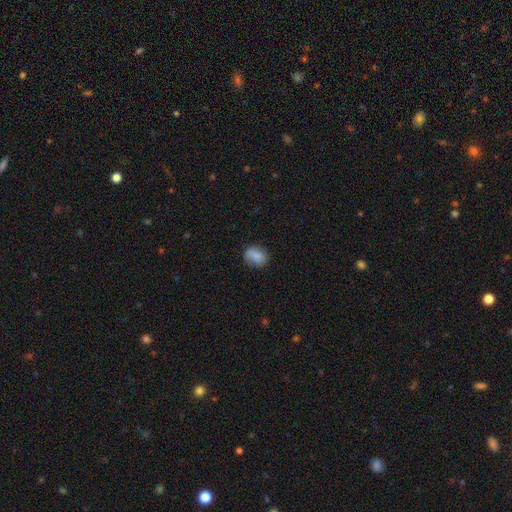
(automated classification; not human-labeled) Smooth or featured: smooth — 82% (featured or disk — 9%)
How rounded: round — 51% (in between — 47%)
Merging: none — 75% (minor disturbance — 19%)